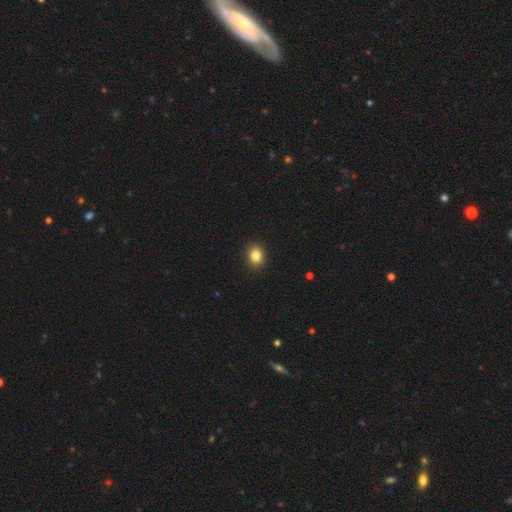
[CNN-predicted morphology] A smooth galaxy with no disk features (84%) that is round (56%). Merging: none (91%).